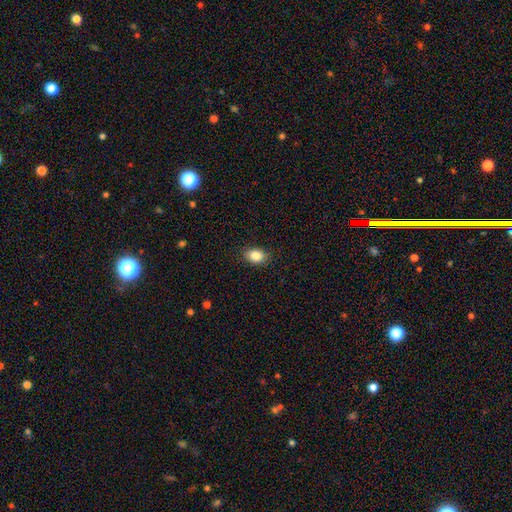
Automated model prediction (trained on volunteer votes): Smooth or featured: smooth — 85% (star or artifact — 9%)
How rounded: in between — 76% (round — 23%)
Merging: none — 88% (minor disturbance — 9%)